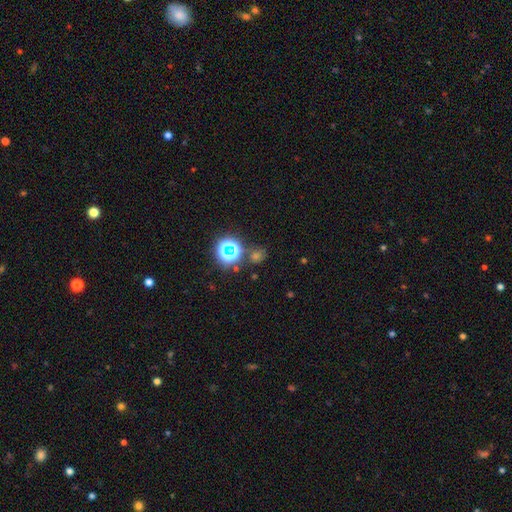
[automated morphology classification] A star or artifact, not a galaxy (52%).

Vote fractions:
- Smooth or featured? star or artifact: 52% / smooth: 40% / featured or disk: 9%